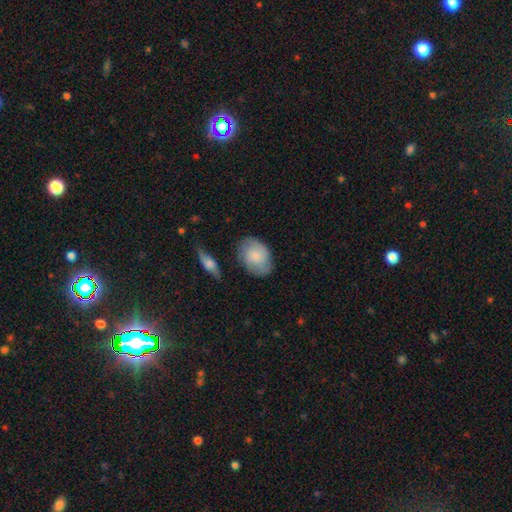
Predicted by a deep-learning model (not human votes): smooth_or_featured: smooth (p=0.59) [alt: featured or disk p=0.34]
how_rounded: in between (p=0.73) [alt: round p=0.25]
merging: none (p=0.74) [alt: minor disturbance p=0.18]